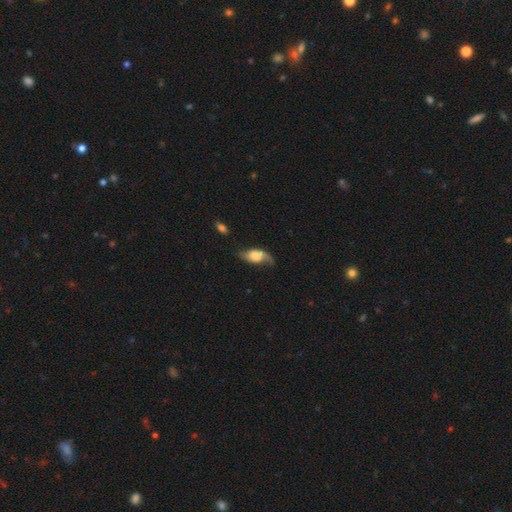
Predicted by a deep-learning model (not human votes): Q: Smooth or featured?
A: featured or disk (50%); runner-up: smooth (43%)
Q: Merging?
A: none (45%); runner-up: minor disturbance (31%)